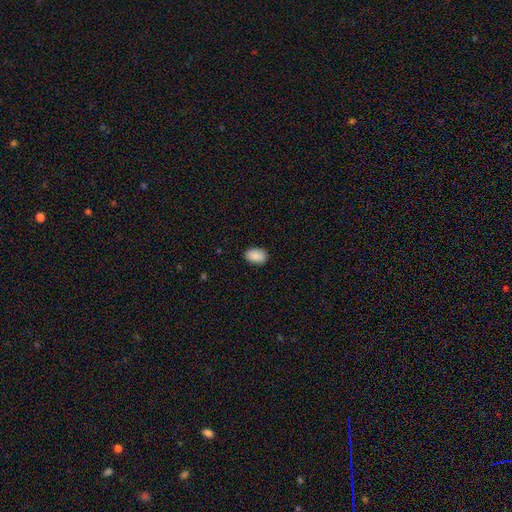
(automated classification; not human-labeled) Smooth or featured?
  - smooth: 90% *
  - star or artifact: 7%
  - featured or disk: 3%
How rounded?
  - in between: 87% *
  - round: 12%
  - cigar-shaped: 1%
Merging?
  - none: 87% *
  - minor disturbance: 10%
  - major disturbance: 2%
  - merger: 1%